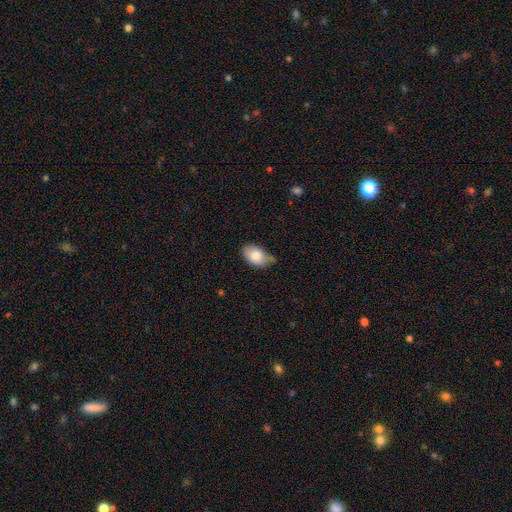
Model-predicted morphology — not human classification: Smooth or featured? Predicted: smooth (p=0.83). How rounded? Predicted: in between (p=0.88). Merging? Predicted: none (p=0.50).